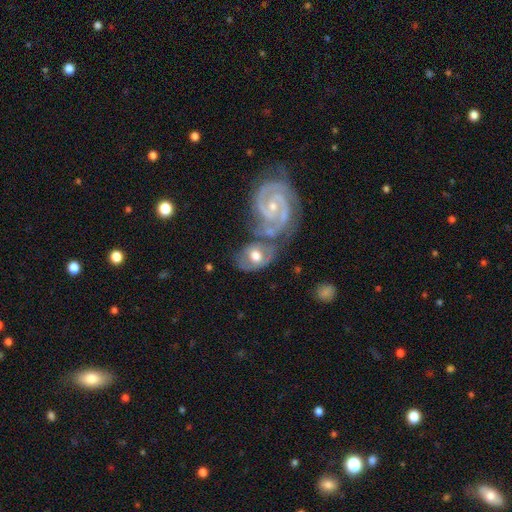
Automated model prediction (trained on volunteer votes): This appears to be a featured or disk galaxy (66%) with no bar (58%), 2 (71%) tight (51%) spiral arms (80%) and a moderate central bulge (64%). Merging: merger (44%).